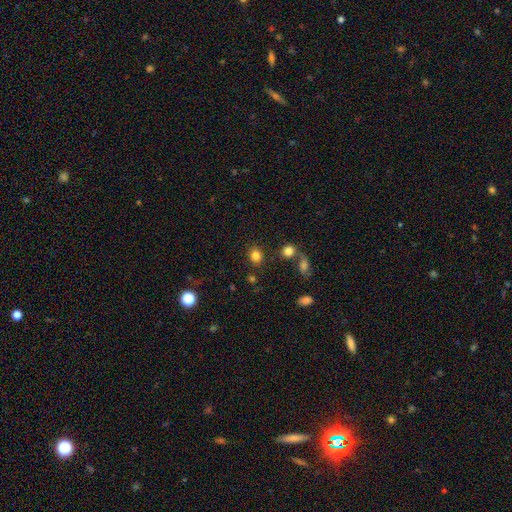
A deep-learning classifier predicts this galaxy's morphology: Smooth or featured: smooth — 83% (star or artifact — 12%)
How rounded: round — 66% (in between — 33%)
Merging: none — 83% (minor disturbance — 9%)